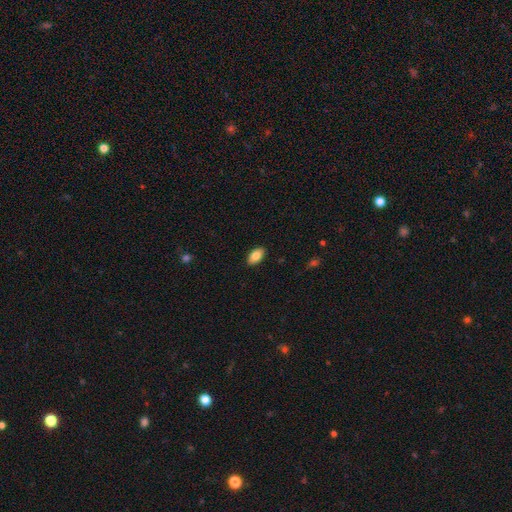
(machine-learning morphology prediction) type=smooth (82%); roundness=in between (93%); merging=none (88%).